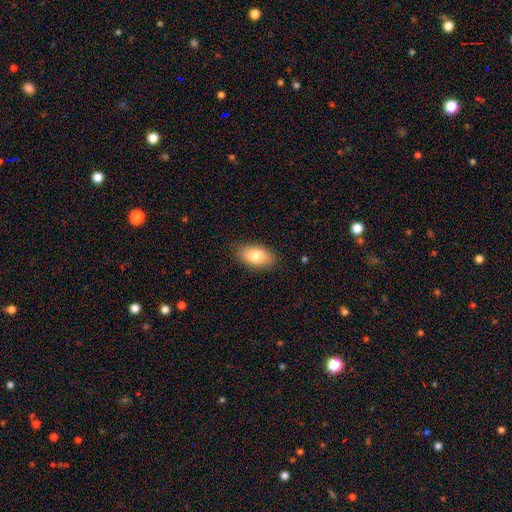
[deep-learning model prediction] The model was most divided on "smooth or featured": smooth: 80%, featured or disk: 13%, star or artifact: 7%. More confident: how rounded — in between (93%); merging — none (87%).